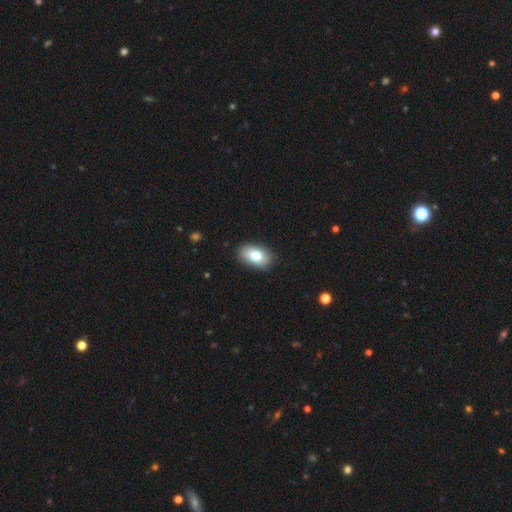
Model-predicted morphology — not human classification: A smooth galaxy with no disk features (80%) that is in between round and cigar-shaped (90%). Merging: none (86%).